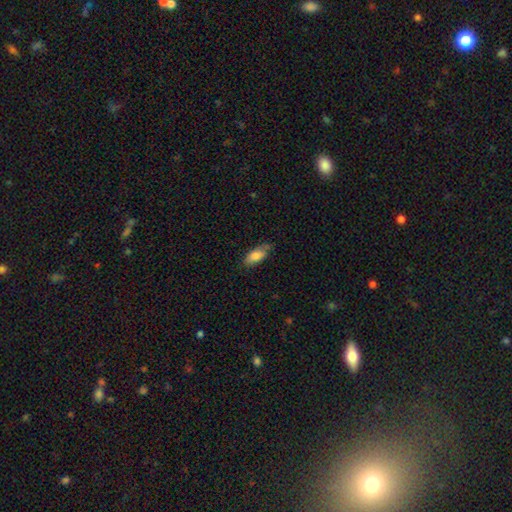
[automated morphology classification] smooth 81%, featured or disk 12%, star or artifact 7%. Down the decision tree: how rounded — in between (81%); merging — none (68%).